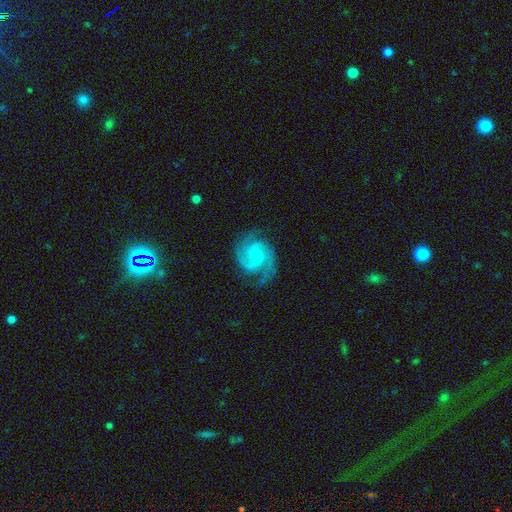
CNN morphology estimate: A featured or disk galaxy (90%) with no bar (64%), 2 (67%) medium (50%) spiral arms (98%) and a small central bulge (65%). Merging: none (76%).